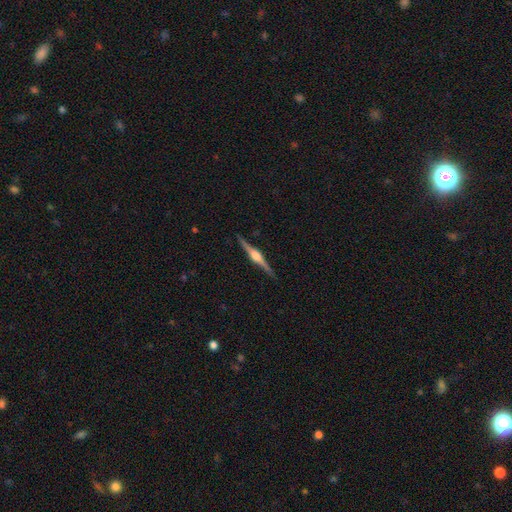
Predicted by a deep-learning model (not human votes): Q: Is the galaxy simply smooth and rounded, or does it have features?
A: featured or disk — 87%.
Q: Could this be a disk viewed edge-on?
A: yes — 99%.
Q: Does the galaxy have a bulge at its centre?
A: rounded — 91%.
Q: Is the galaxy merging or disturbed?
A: none — 90%.